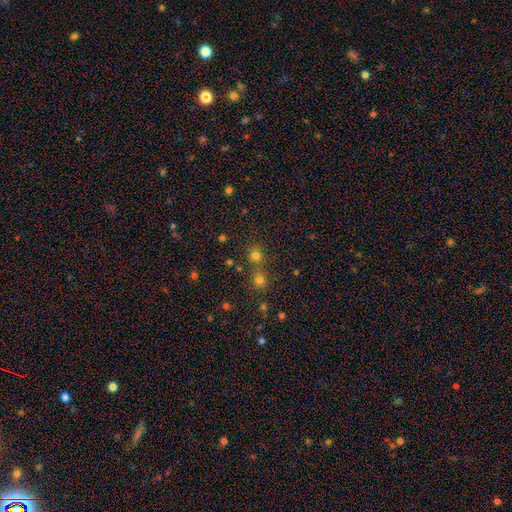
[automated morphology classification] Overall: smooth (63%; star or artifact 30%). How rounded: round (88%). Merging: none (59%; merger 31%).